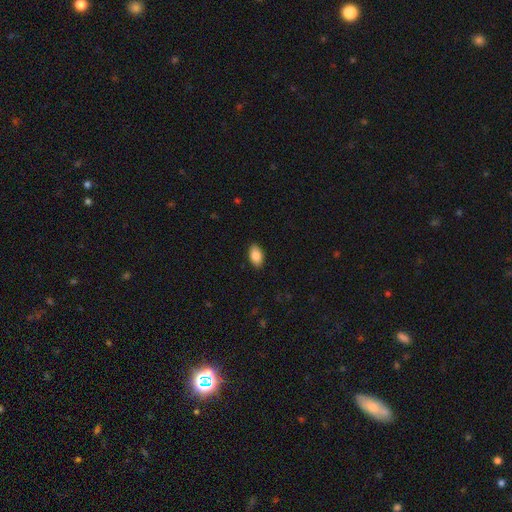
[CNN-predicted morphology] Smooth or featured? Predicted: smooth (p=0.87). How rounded? Predicted: in between (p=0.94). Merging? Predicted: none (p=0.89).